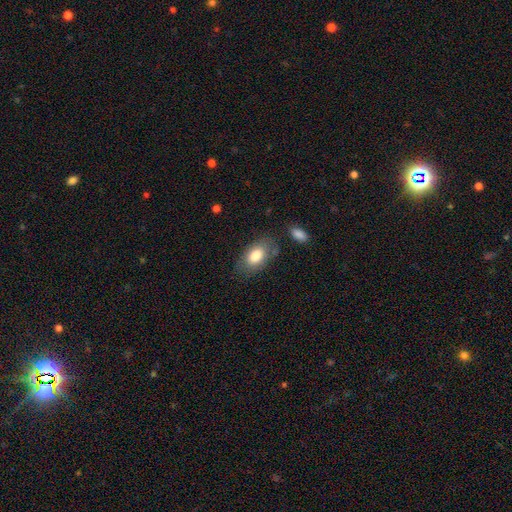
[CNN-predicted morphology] This appears to be a smooth galaxy with no disk features (80%) that is in between round and cigar-shaped (91%). Merging: none (74%).